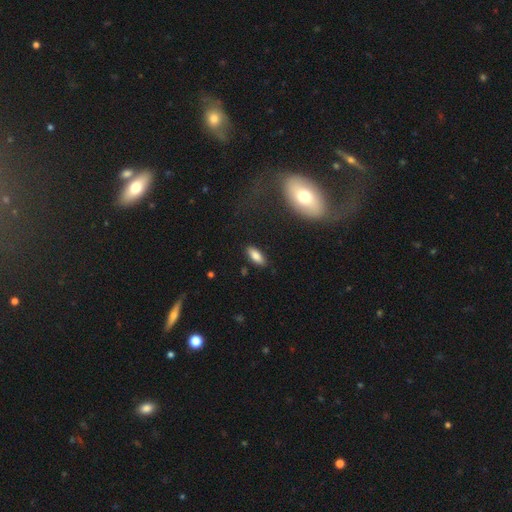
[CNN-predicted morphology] This appears to be a smooth galaxy with no disk features (81%) that is in between round and cigar-shaped (77%). Merging: none (87%).